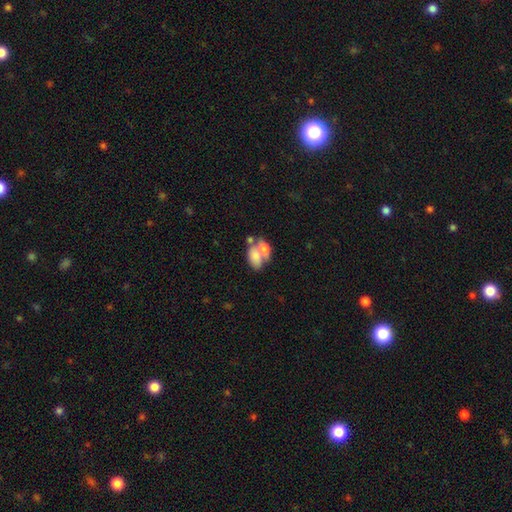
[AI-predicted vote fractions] Smooth or featured?
  - smooth: 71% *
  - featured or disk: 21%
  - star or artifact: 8%
How rounded?
  - in between: 88% *
  - round: 9%
  - cigar-shaped: 3%
Merging?
  - merger: 62% *
  - none: 22%
  - minor disturbance: 9%
  - major disturbance: 6%